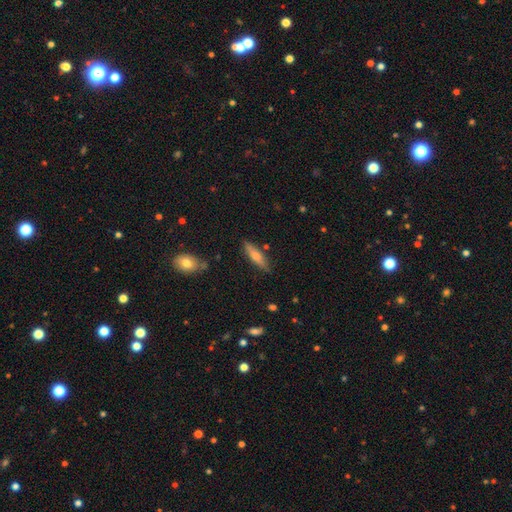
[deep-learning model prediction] Smooth or featured? Predicted: smooth (p=0.68). How rounded? Predicted: cigar-shaped (p=0.71). Merging? Predicted: none (p=0.82).